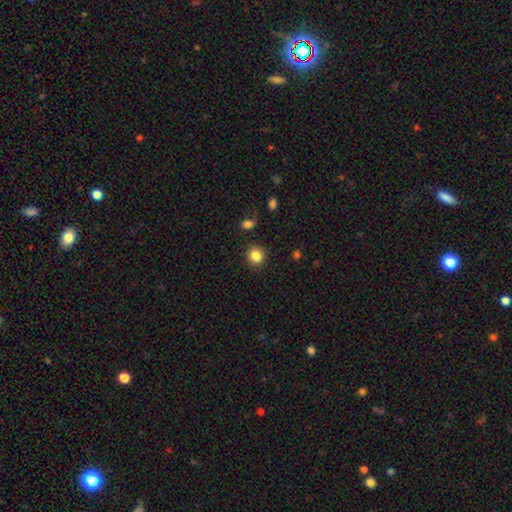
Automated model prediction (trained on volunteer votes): Smooth or featured? Predicted: smooth (p=0.85). How rounded? Predicted: round (p=0.91). Merging? Predicted: none (p=0.89).